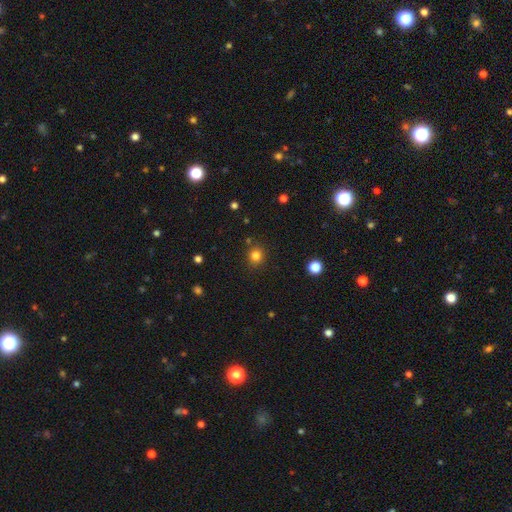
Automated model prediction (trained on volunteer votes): smooth-or-featured: smooth: 82% | star or artifact: 14% | featured or disk: 5%
  how-rounded: round: 88% | in between: 11% | cigar-shaped: 1%
  merging: none: 88% | minor disturbance: 7% | merger: 3% | major disturbance: 2%